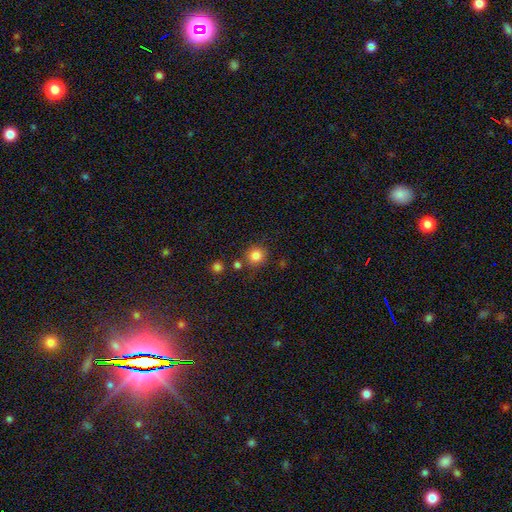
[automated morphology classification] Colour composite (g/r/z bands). It shows a smooth galaxy with no disk features (84%) that is round (91%). Merging: none (79%).